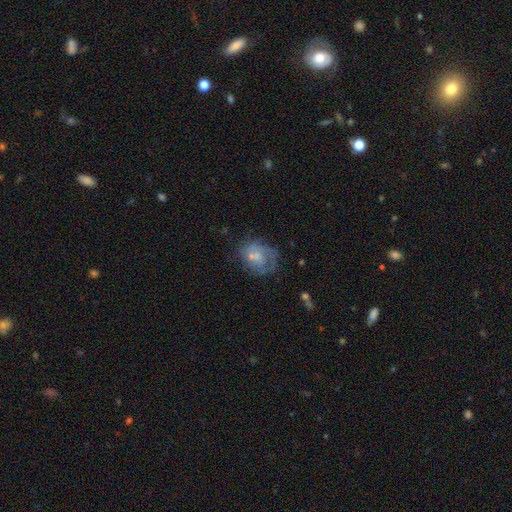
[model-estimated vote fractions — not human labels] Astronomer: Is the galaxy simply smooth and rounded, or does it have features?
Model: featured or disk — 51% (runner-up: smooth, 40%).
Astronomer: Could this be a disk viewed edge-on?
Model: no — 97%.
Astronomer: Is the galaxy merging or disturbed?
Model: none — 42% (runner-up: major disturbance, 25%).